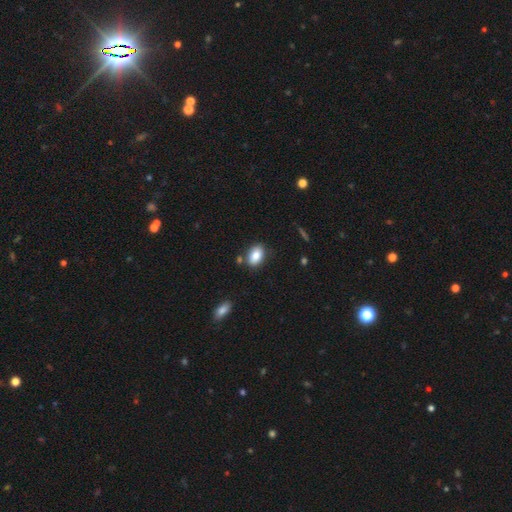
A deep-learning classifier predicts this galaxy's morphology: type=smooth (83%); roundness=in between (86%); merging=none (80%).